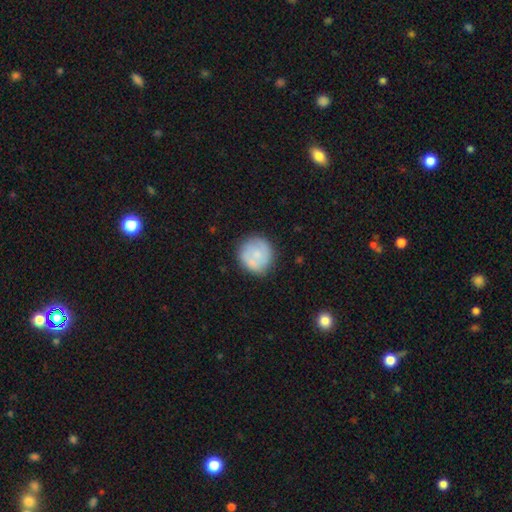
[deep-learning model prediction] This appears to be a smooth galaxy with no disk features (66%) that is round (94%). Merging: none (76%).